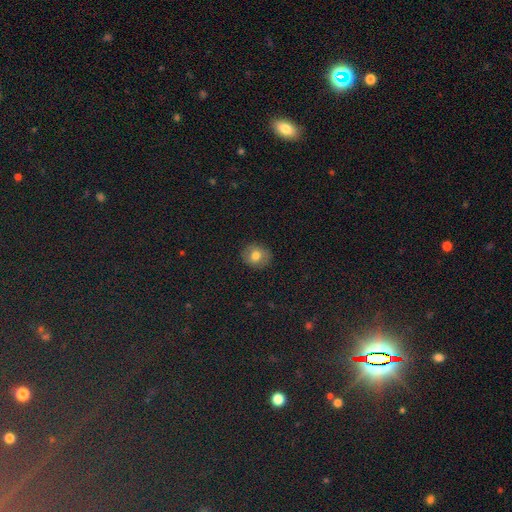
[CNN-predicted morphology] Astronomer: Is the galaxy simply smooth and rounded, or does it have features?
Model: smooth — 75%.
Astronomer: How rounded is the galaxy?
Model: round — 75%.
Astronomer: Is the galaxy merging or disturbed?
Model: none — 88%.